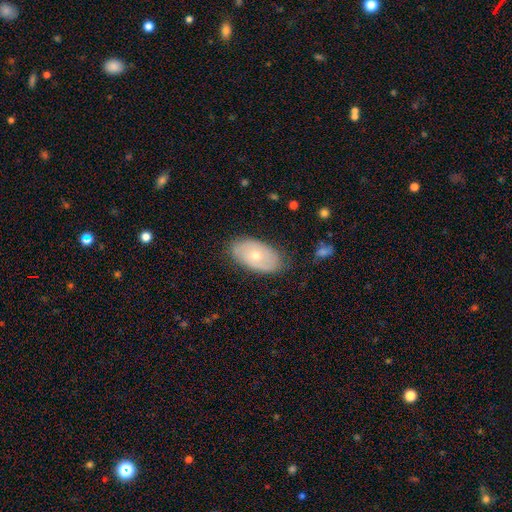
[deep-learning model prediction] A featured or disk galaxy (49%).

Vote fractions:
- Smooth or featured? featured or disk: 49% / smooth: 45% / star or artifact: 6%
- Merging? none: 79% / minor disturbance: 16% / major disturbance: 4% / merger: 1%